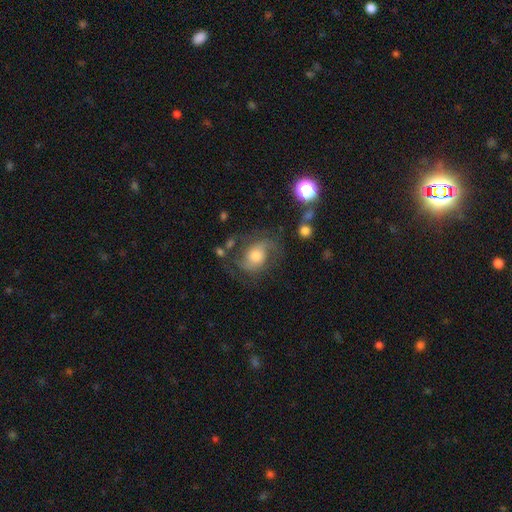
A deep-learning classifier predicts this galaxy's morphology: Q: Smooth or featured?
A: featured or disk (68%); runner-up: smooth (23%)
Q: Edge-on disk?
A: no (97%); runner-up: yes (3%)
Q: Bar?
A: no (61%); runner-up: weak (32%)
Q: Spiral arms?
A: yes (90%); runner-up: no (10%)
Q: Spiral winding?
A: medium (49%); runner-up: loose (33%)
Q: Spiral arm count?
A: 2 (78%); runner-up: can't tell (9%)
Q: Bulge size?
A: moderate (61%); runner-up: large (17%)
Q: Merging?
A: none (59%); runner-up: minor disturbance (20%)